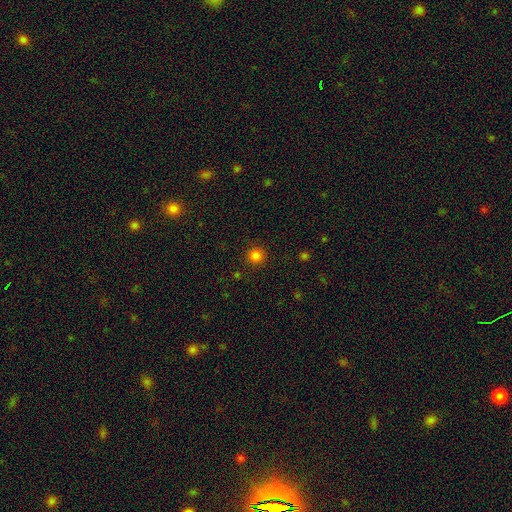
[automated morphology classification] Smooth or featured: smooth — 82% (star or artifact — 15%)
How rounded: round — 94% (in between — 5%)
Merging: none — 90% (minor disturbance — 6%)